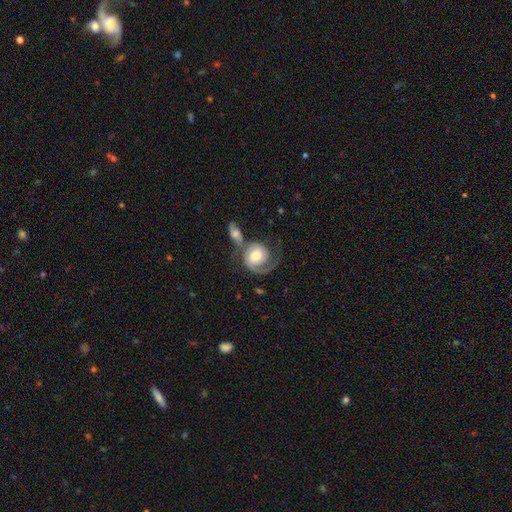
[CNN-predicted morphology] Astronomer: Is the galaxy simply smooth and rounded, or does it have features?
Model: featured or disk — 79%.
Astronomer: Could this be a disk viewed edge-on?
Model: no — 98%.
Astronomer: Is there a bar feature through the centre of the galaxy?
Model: no — 67%.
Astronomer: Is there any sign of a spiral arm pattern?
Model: yes — 95%.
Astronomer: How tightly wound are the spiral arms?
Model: tight — 49% (runner-up: medium, 35%).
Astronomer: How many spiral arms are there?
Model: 1 — 48% (runner-up: 2, 44%).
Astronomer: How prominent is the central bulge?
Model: moderate — 63%.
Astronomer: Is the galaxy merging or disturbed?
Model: merger — 39% (runner-up: none, 33%).